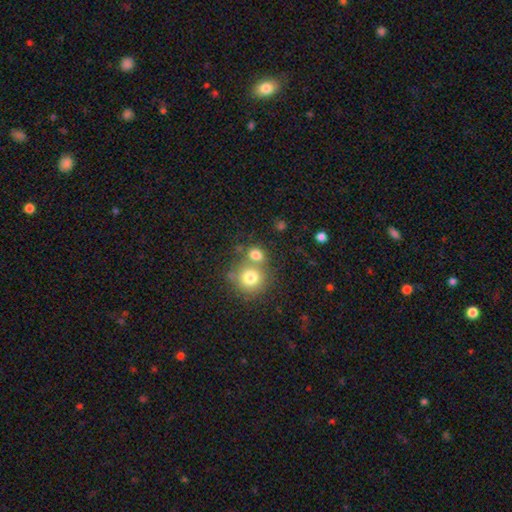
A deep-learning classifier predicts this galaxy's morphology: Smooth or featured?
  - smooth: 76% *
  - star or artifact: 12%
  - featured or disk: 11%
How rounded?
  - round: 79% *
  - in between: 20%
  - cigar-shaped: 1%
Merging?
  - none: 48% *
  - merger: 40%
  - minor disturbance: 8%
  - major disturbance: 4%